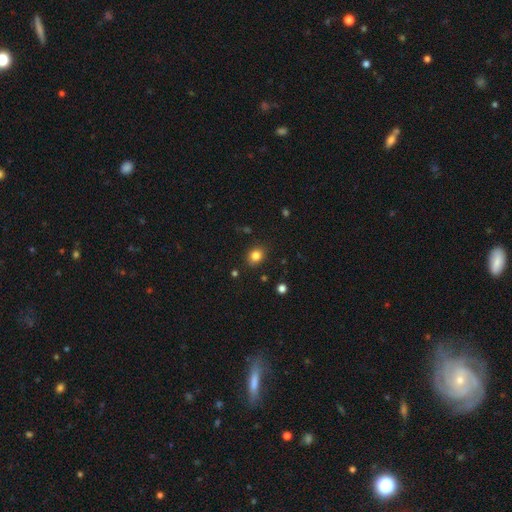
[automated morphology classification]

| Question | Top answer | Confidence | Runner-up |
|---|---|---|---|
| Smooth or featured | smooth | 82% | star or artifact (12%) |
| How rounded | round | 58% | in between (41%) |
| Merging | none | 85% | minor disturbance (11%) |